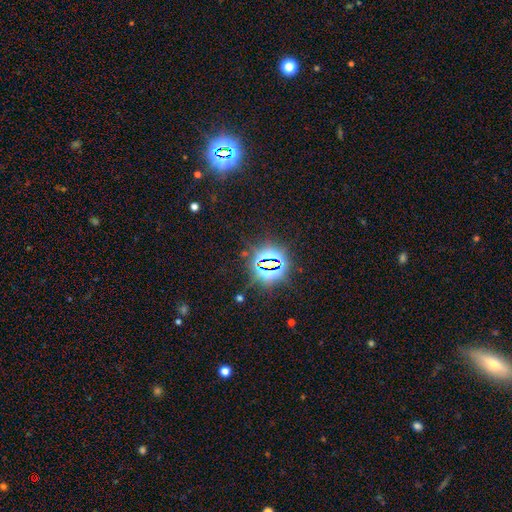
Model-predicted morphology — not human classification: The model was most divided on "smooth or featured": star or artifact: 82%, smooth: 11%, featured or disk: 7%.